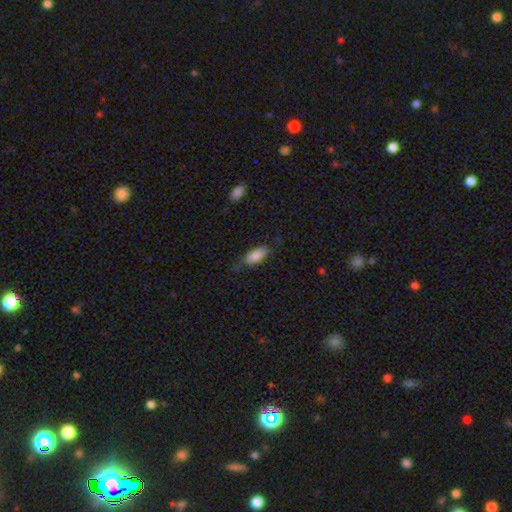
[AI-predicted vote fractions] Overall: smooth (81%). How rounded: in between (81%). Merging: none (65%; minor disturbance 25%).